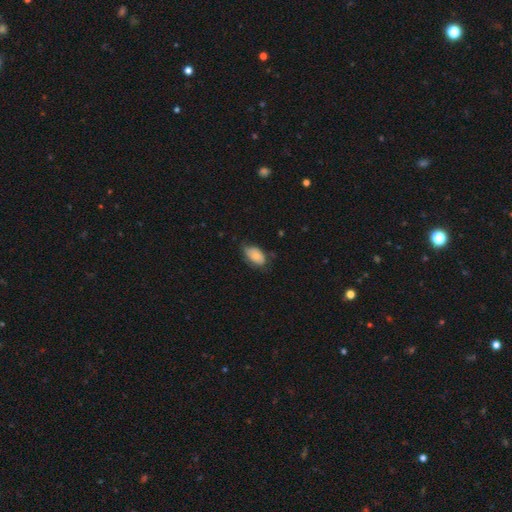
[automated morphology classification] Smooth or featured? Predicted: smooth (p=0.74). How rounded? Predicted: in between (p=0.92). Merging? Predicted: none (p=0.54).